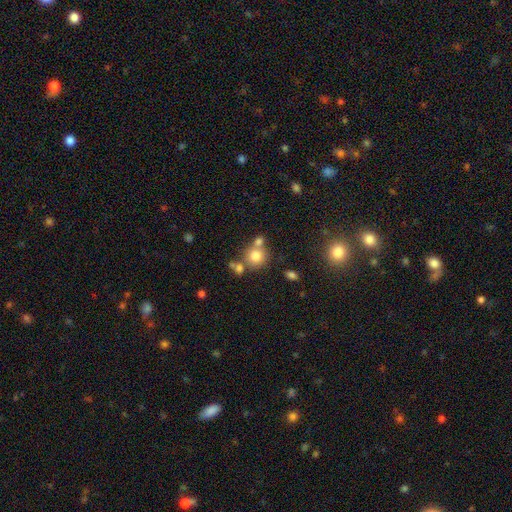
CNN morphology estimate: This is likely a smooth galaxy (77%). How rounded: clearly round (87%). Merging: possibly none (56%).